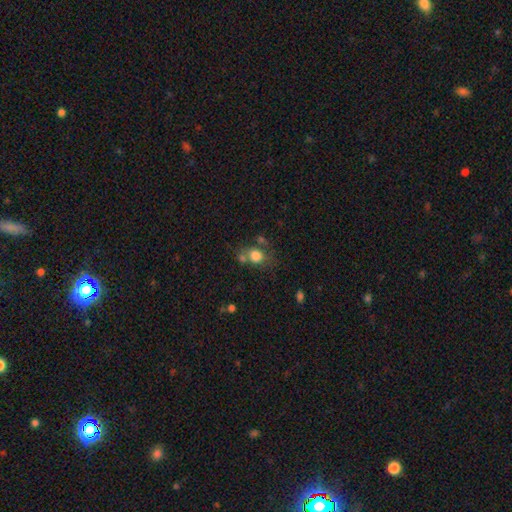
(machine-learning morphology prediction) This is likely a smooth galaxy (77%). How rounded: likely round (61%). Merging: possibly none (49%).